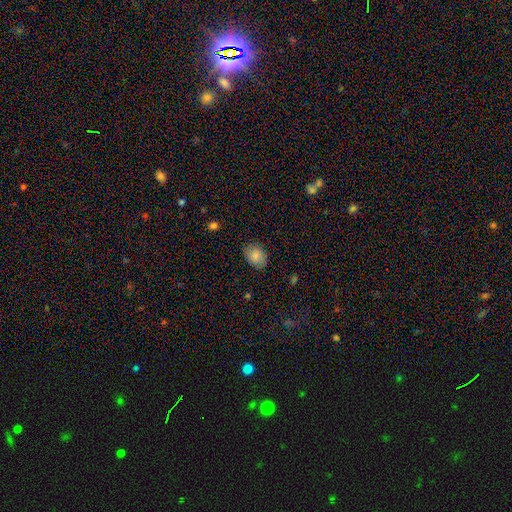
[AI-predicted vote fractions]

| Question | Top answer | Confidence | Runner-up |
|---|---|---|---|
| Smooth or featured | smooth | 84% | featured or disk (9%) |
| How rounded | in between | 64% | round (35%) |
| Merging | none | 83% | minor disturbance (14%) |